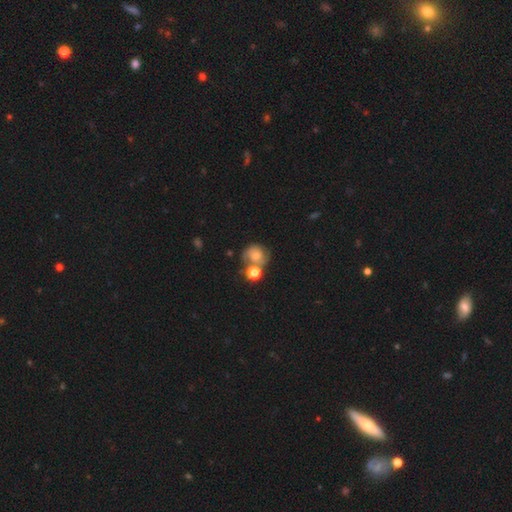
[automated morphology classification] smooth-or-featured: smooth: 45% | featured or disk: 43% | star or artifact: 12%
  merging: none: 47% | merger: 27% | minor disturbance: 17% | major disturbance: 9%